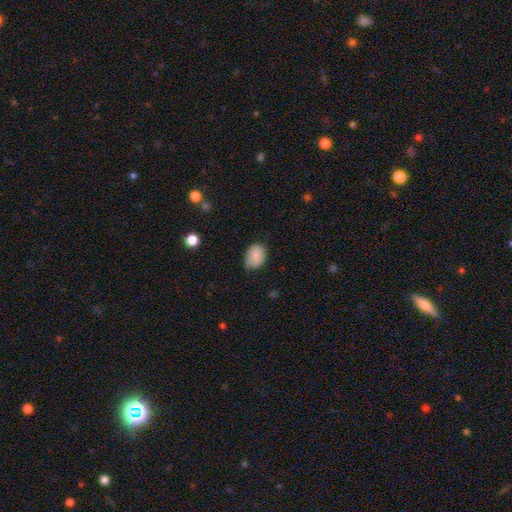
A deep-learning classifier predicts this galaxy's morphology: A smooth galaxy with no disk features (80%) that is in between round and cigar-shaped (67%).

Vote fractions:
- Smooth or featured? smooth: 80% / featured or disk: 12% / star or artifact: 8%
- How rounded? in between: 67% / round: 32% / cigar-shaped: 1%
- Merging? none: 55% / minor disturbance: 38% / major disturbance: 6% / merger: 1%